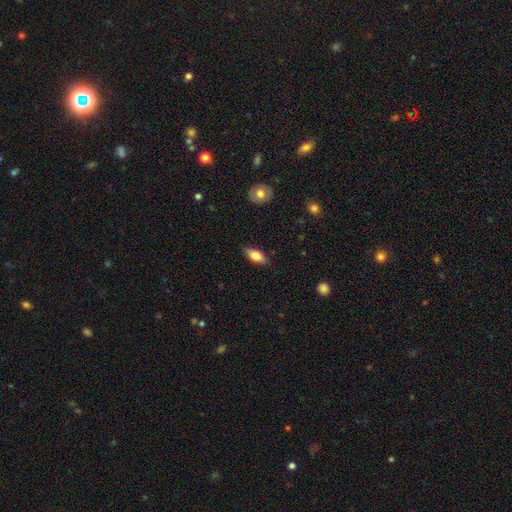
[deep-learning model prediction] Q: Smooth or featured?
A: smooth (72%); runner-up: featured or disk (21%)
Q: How rounded?
A: in between (83%); runner-up: cigar-shaped (12%)
Q: Merging?
A: none (82%); runner-up: minor disturbance (14%)